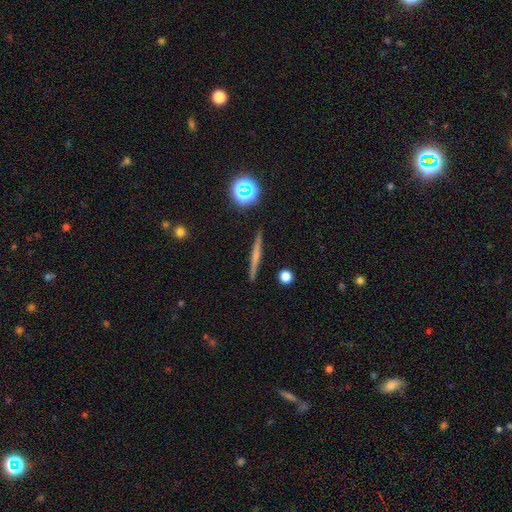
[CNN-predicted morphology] A featured or disk galaxy (48%).

Vote fractions:
- Smooth or featured? featured or disk: 48% / smooth: 42% / star or artifact: 10%
- Merging? none: 92% / minor disturbance: 6% / major disturbance: 1% / merger: 1%